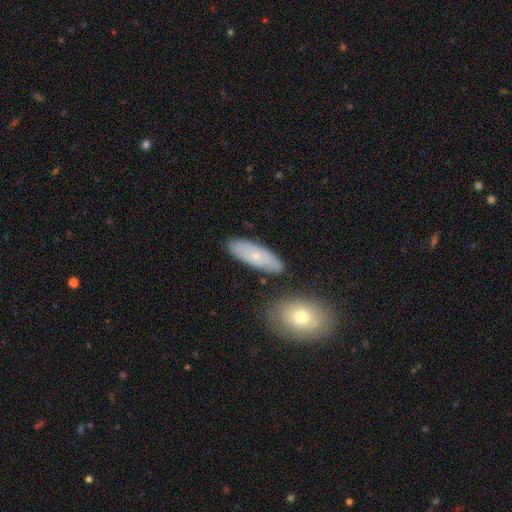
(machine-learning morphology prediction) smooth 62%, featured or disk 31%, star or artifact 7%. Down the decision tree: how rounded — in between (68%); merging — none (81%).